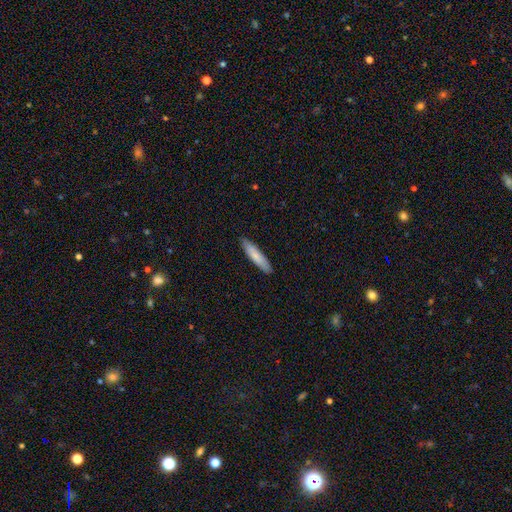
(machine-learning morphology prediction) smooth 79%, featured or disk 15%, star or artifact 5%. Down the decision tree: how rounded — cigar-shaped (85%); merging — none (89%).